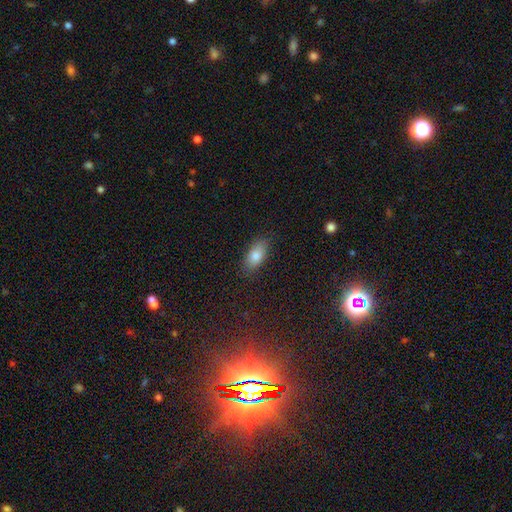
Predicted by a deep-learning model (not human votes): This is clearly a smooth galaxy (81%). How rounded: clearly in between (89%). Merging: clearly none (85%).